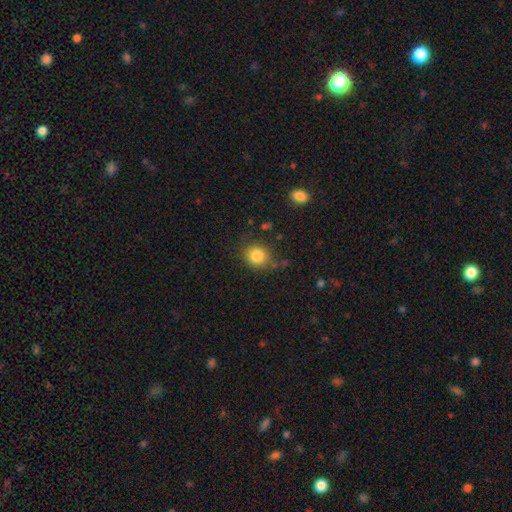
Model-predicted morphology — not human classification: smooth-or-featured: smooth: 84% | star or artifact: 10% | featured or disk: 7%
  how-rounded: round: 76% | in between: 23% | cigar-shaped: 1%
  merging: none: 76% | minor disturbance: 16% | major disturbance: 5% | merger: 3%